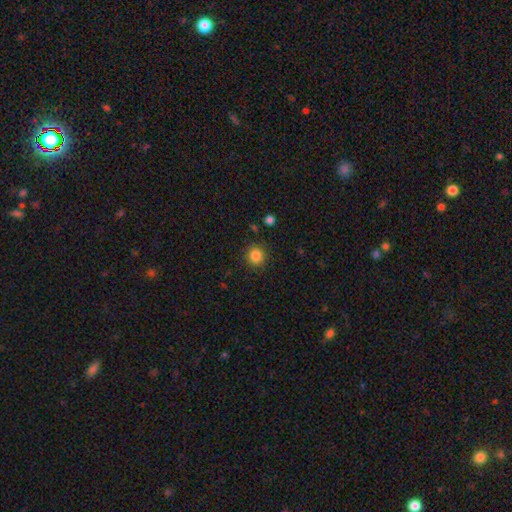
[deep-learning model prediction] smooth-or-featured: smooth: 85% | star or artifact: 11% | featured or disk: 4%
  how-rounded: round: 91% | in between: 8% | cigar-shaped: 1%
  merging: none: 87% | minor disturbance: 8% | major disturbance: 3% | merger: 2%